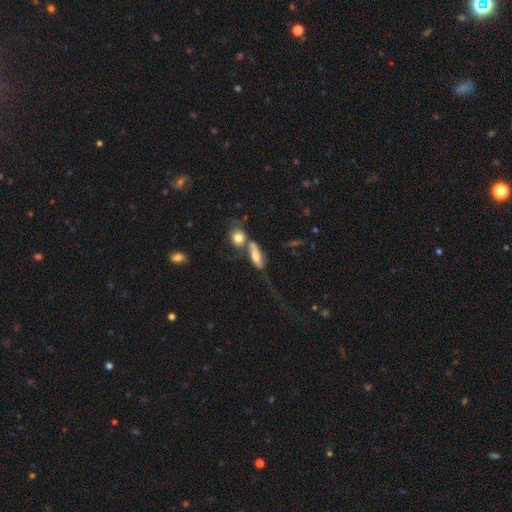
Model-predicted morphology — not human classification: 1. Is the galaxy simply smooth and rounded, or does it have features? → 55% smooth, 36% featured or disk, 9% star or artifact.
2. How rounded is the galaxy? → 65% in between, 27% cigar-shaped, 8% round.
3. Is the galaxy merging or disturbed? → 56% merger, 20% none, 14% major disturbance, 10% minor disturbance.